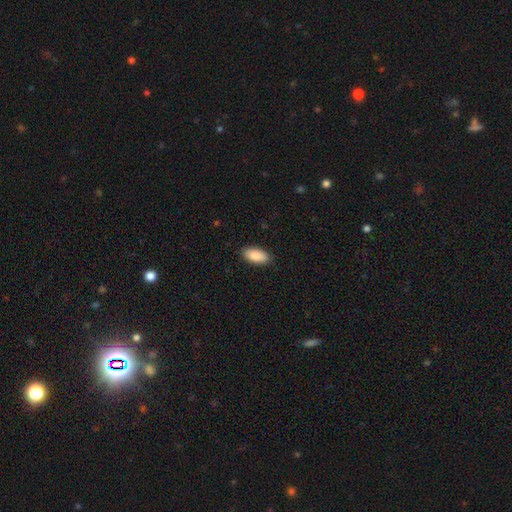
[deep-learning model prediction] smooth 88%, star or artifact 6%, featured or disk 5%. Down the decision tree: how rounded — in between (91%); merging — none (89%).